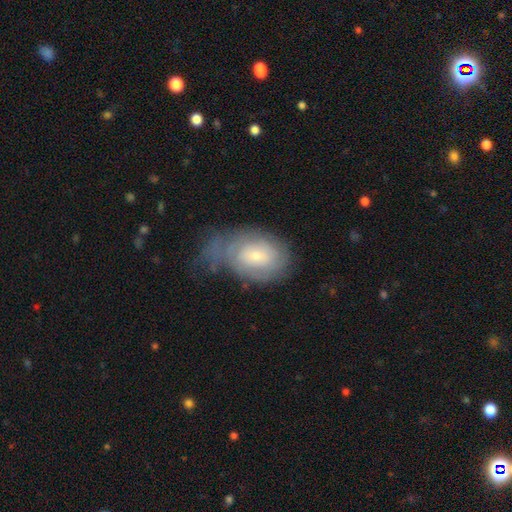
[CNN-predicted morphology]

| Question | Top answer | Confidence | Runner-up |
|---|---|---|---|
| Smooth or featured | featured or disk | 53% | smooth (39%) |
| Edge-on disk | no | 95% | yes (5%) |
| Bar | no | 72% | weak (24%) |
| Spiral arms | yes | 72% | no (28%) |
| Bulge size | small | 62% | moderate (31%) |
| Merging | none | 34% | minor disturbance (32%) |